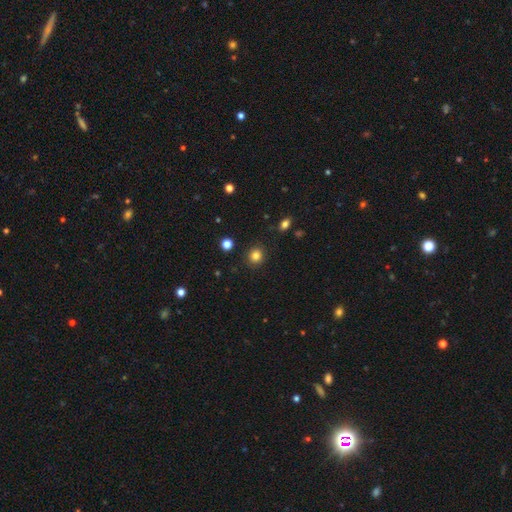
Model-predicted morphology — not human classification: This appears to be a smooth galaxy with no disk features (82%) that is round (86%). Merging: none (90%).